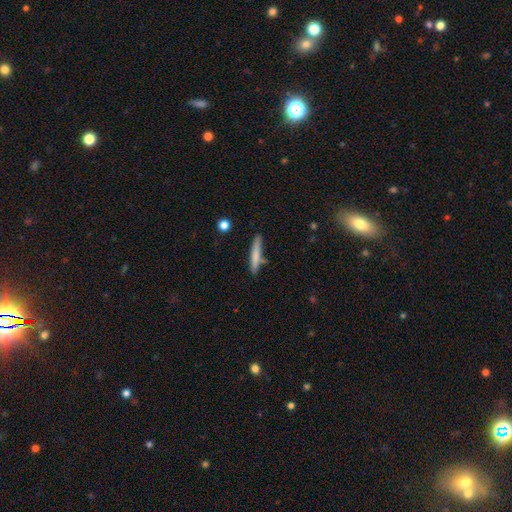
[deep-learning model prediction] A smooth galaxy with no disk features (71%) that is cigar-shaped (93%).

Vote fractions:
- Smooth or featured? smooth: 71% / featured or disk: 23% / star or artifact: 6%
- How rounded? cigar-shaped: 93% / in between: 5% / round: 1%
- Merging? none: 78% / minor disturbance: 14% / merger: 5% / major disturbance: 3%